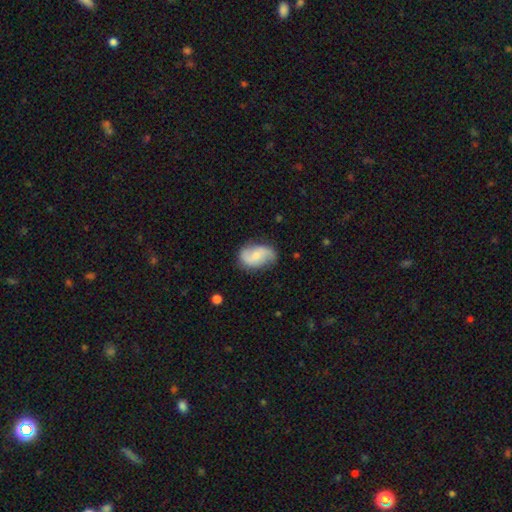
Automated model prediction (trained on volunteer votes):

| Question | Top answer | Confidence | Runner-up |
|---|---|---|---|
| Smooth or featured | featured or disk | 62% | smooth (32%) |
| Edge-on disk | no | 97% | yes (3%) |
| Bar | no | 49% | weak (41%) |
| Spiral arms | yes | 92% | no (8%) |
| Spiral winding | loose | 57% | medium (32%) |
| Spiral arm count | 2 | 89% | can't tell (5%) |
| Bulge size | small | 49% | moderate (34%) |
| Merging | none | 72% | minor disturbance (21%) |